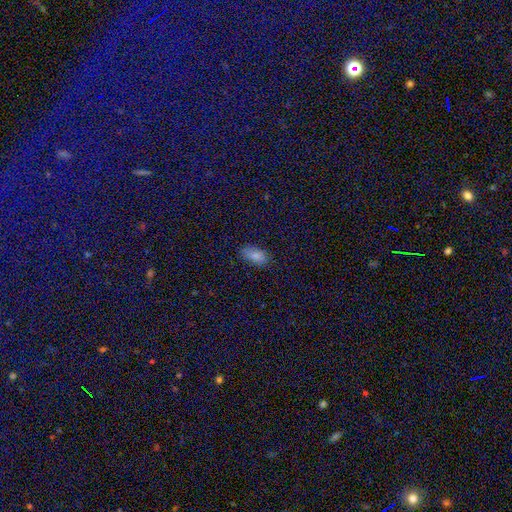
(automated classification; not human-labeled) Smooth or featured?
  - smooth: 84% *
  - star or artifact: 10%
  - featured or disk: 6%
How rounded?
  - in between: 91% *
  - cigar-shaped: 5%
  - round: 4%
Merging?
  - none: 79% *
  - minor disturbance: 16%
  - major disturbance: 4%
  - merger: 1%